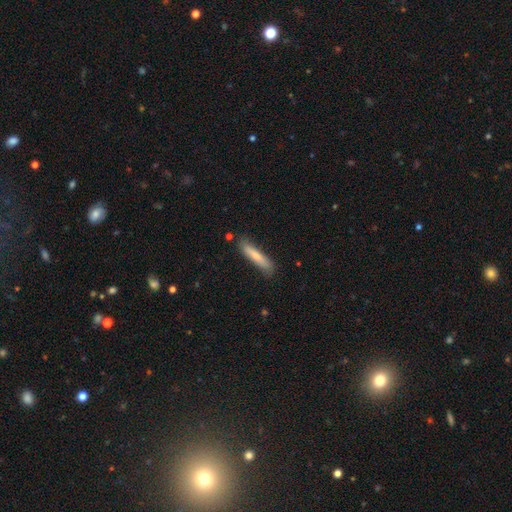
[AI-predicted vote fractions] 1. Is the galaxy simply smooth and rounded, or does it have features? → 73% smooth, 21% featured or disk, 6% star or artifact.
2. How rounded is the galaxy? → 88% cigar-shaped, 11% in between, 1% round.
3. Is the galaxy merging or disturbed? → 80% none, 15% minor disturbance, 3% major disturbance, 2% merger.